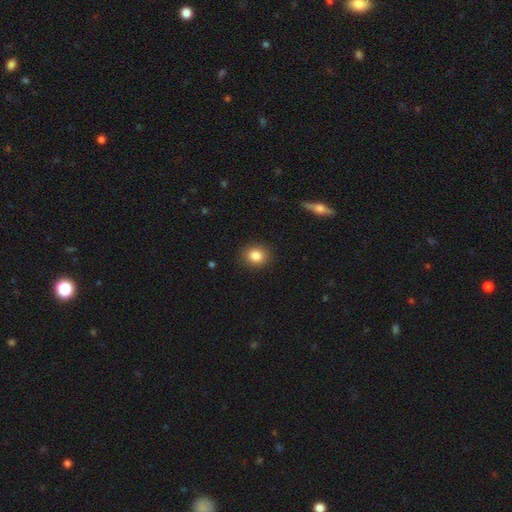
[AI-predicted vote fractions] smooth 85%, star or artifact 10%, featured or disk 6%. Down the decision tree: how rounded — round (68%); merging — none (89%).